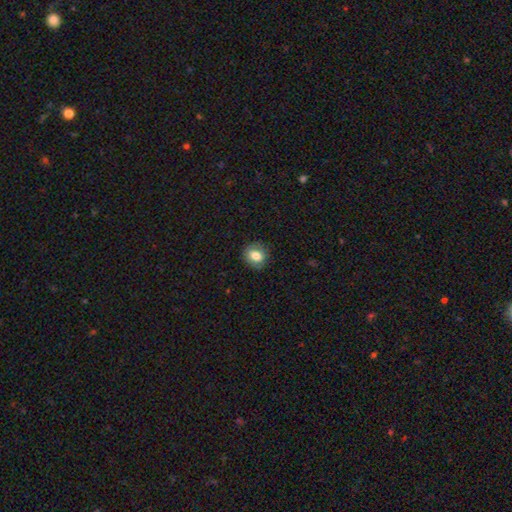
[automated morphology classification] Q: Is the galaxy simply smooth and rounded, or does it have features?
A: smooth — 78%.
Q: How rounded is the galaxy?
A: round — 70%.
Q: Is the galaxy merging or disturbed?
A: none — 85%.